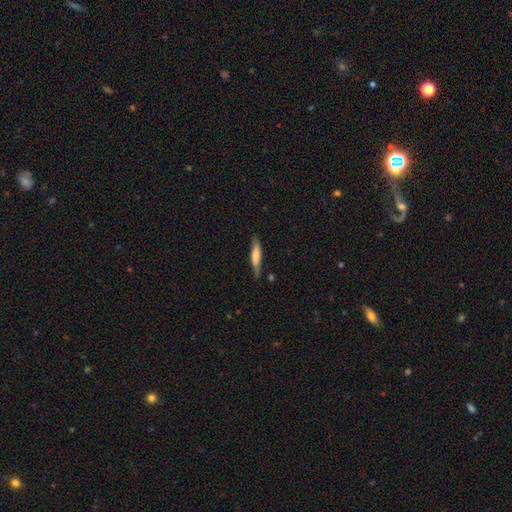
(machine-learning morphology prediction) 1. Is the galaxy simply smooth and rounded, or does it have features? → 62% smooth, 32% featured or disk, 6% star or artifact.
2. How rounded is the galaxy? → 85% cigar-shaped, 13% in between, 2% round.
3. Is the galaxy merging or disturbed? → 74% none, 20% minor disturbance, 4% major disturbance, 3% merger.